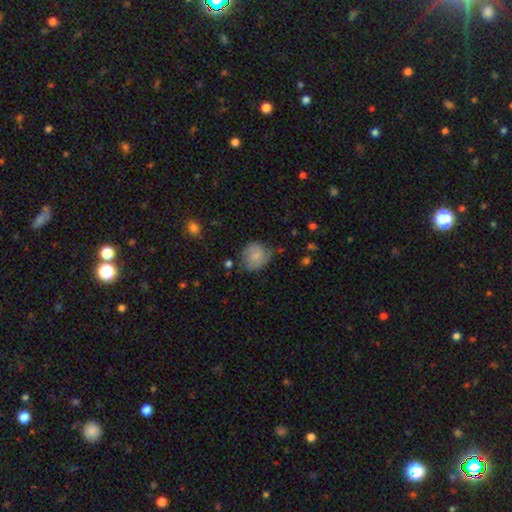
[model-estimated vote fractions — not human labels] smooth_or_featured: smooth (p=0.69) [alt: featured or disk p=0.24]
how_rounded: round (p=0.79) [alt: in between p=0.20]
merging: none (p=0.63) [alt: minor disturbance p=0.27]